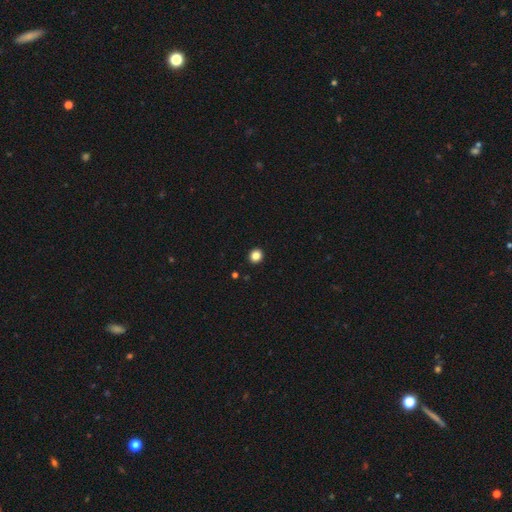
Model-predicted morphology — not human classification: smooth-or-featured: smooth: 85% | star or artifact: 11% | featured or disk: 4%
  how-rounded: round: 82% | in between: 17% | cigar-shaped: 1%
  merging: none: 93% | minor disturbance: 5% | major disturbance: 1% | merger: 1%